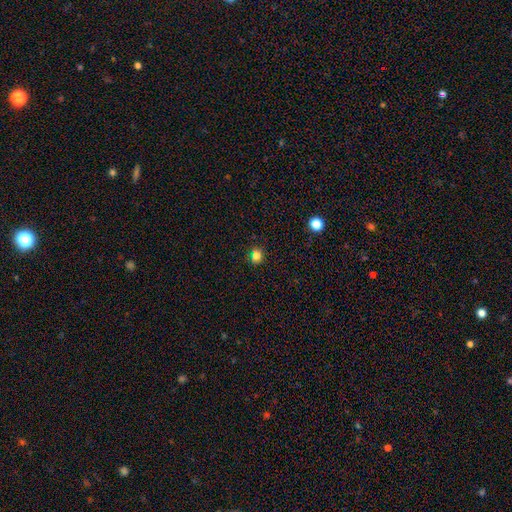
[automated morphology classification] Smooth or featured?
  - smooth: 77% *
  - star or artifact: 17%
  - featured or disk: 6%
How rounded?
  - round: 72% *
  - in between: 27%
  - cigar-shaped: 1%
Merging?
  - none: 85% *
  - minor disturbance: 10%
  - major disturbance: 3%
  - merger: 3%